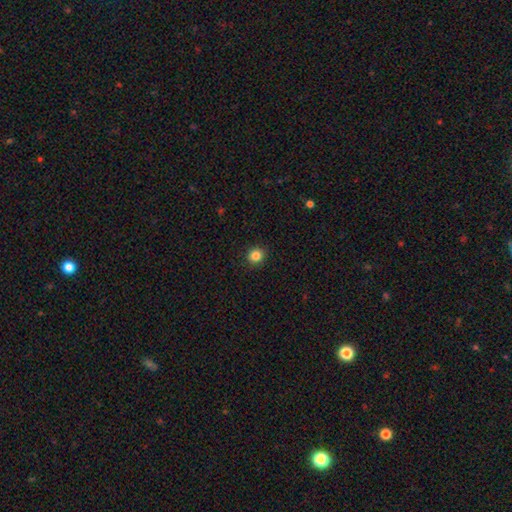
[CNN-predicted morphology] The model was most divided on "smooth or featured": smooth: 84%, star or artifact: 11%, featured or disk: 4%. More confident: merging — none (91%); how rounded — round (88%).